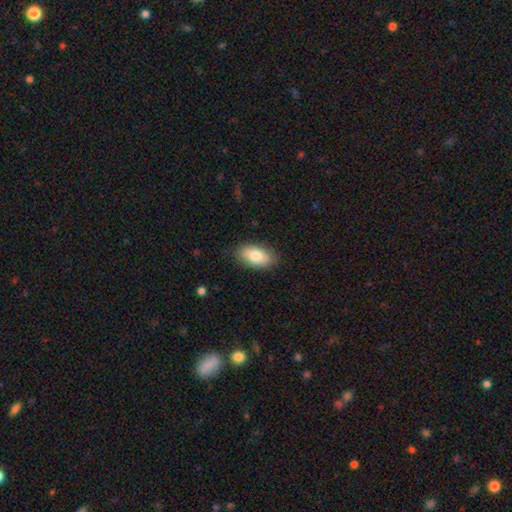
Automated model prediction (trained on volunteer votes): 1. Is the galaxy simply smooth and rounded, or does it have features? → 80% smooth, 13% featured or disk, 7% star or artifact.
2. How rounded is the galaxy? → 93% in between, 4% round, 3% cigar-shaped.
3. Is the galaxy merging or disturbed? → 86% none, 11% minor disturbance, 3% major disturbance, 1% merger.